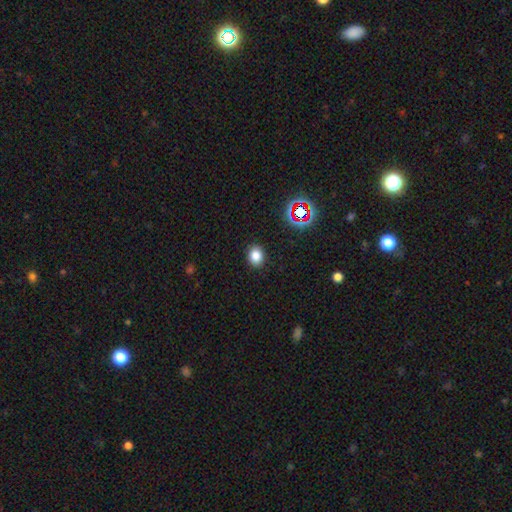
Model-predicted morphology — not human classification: smooth-or-featured: smooth: 80% | star or artifact: 14% | featured or disk: 5%
  how-rounded: round: 53% | in between: 46% | cigar-shaped: 1%
  merging: none: 89% | minor disturbance: 7% | major disturbance: 2% | merger: 1%